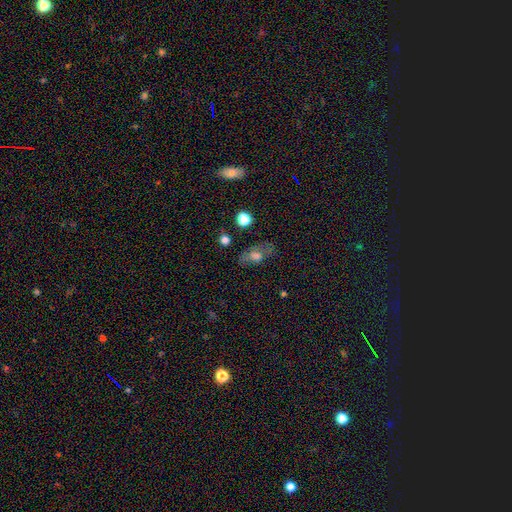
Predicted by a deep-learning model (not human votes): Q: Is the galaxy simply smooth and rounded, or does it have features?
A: smooth — 54%.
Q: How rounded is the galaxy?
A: in between — 79%.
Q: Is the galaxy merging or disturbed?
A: none — 64%.